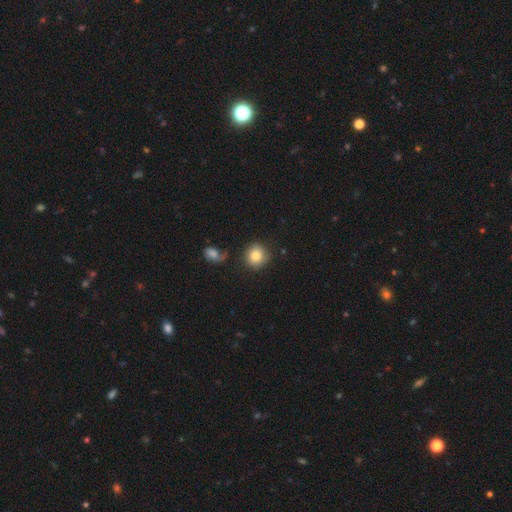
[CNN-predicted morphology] This is clearly a smooth galaxy (82%). How rounded: clearly round (89%). Merging: likely none (77%).